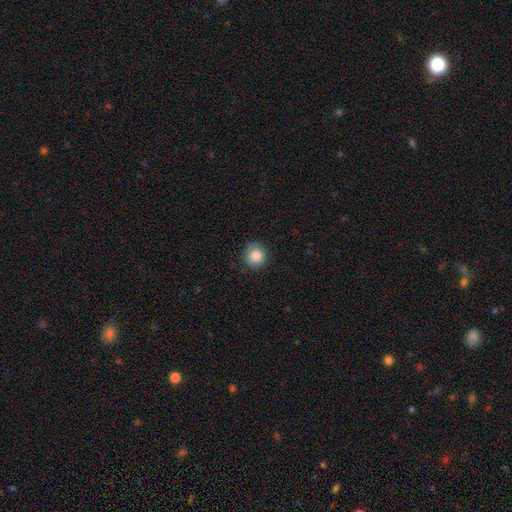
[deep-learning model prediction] smooth 85%, star or artifact 9%, featured or disk 6%. Down the decision tree: how rounded — round (92%); merging — none (82%).